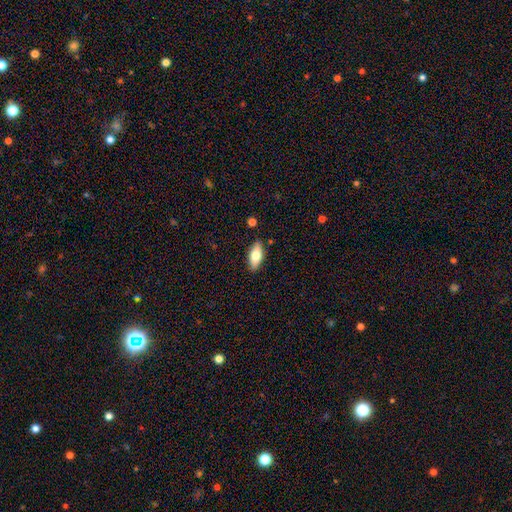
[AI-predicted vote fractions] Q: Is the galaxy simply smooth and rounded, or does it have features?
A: smooth — 72%.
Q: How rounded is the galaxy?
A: in between — 82%.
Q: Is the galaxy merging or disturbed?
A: none — 86%.